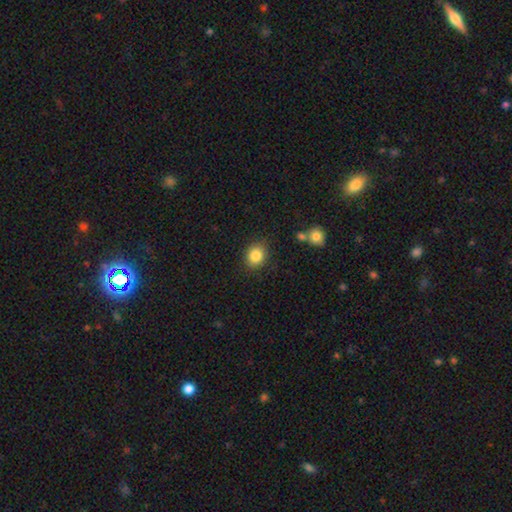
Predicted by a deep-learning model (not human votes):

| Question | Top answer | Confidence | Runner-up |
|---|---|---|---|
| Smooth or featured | smooth | 85% | star or artifact (10%) |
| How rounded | round | 64% | in between (36%) |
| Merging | none | 85% | minor disturbance (10%) |